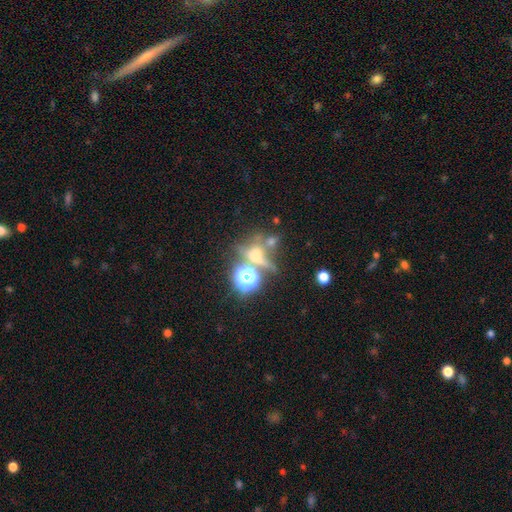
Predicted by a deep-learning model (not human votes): This is marginally a star or artifact rather than a galaxy (39%).